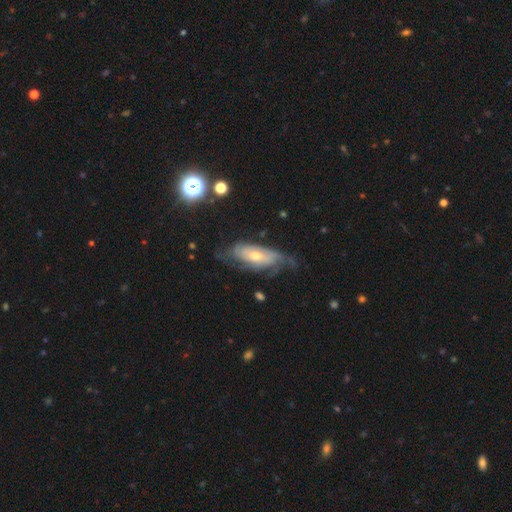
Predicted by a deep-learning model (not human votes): Smooth or featured: featured or disk — 76% (smooth — 18%)
Edge-on disk: no — 88% (yes — 12%)
Bar: no — 68% (weak — 26%)
Spiral arms: yes — 90% (no — 10%)
Spiral winding: tight — 50% (medium — 35%)
Spiral arm count: can't tell — 44% (2 — 25%)
Bulge size: moderate — 62% (small — 30%)
Merging: none — 55% (minor disturbance — 26%)